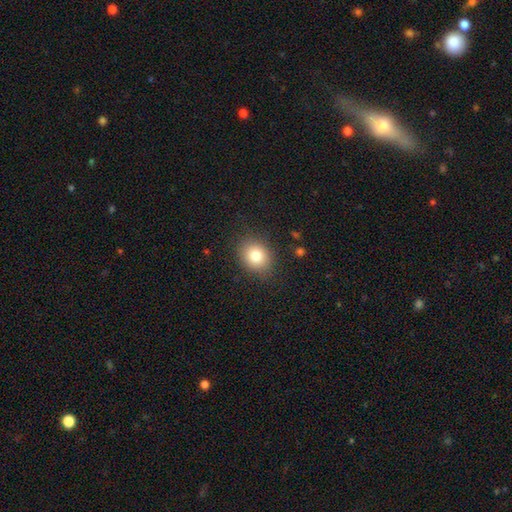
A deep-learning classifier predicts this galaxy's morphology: smooth_or_featured: smooth (p=0.81) [alt: star or artifact p=0.11]
how_rounded: round (p=0.66) [alt: in between p=0.33]
merging: none (p=0.86) [alt: minor disturbance p=0.10]